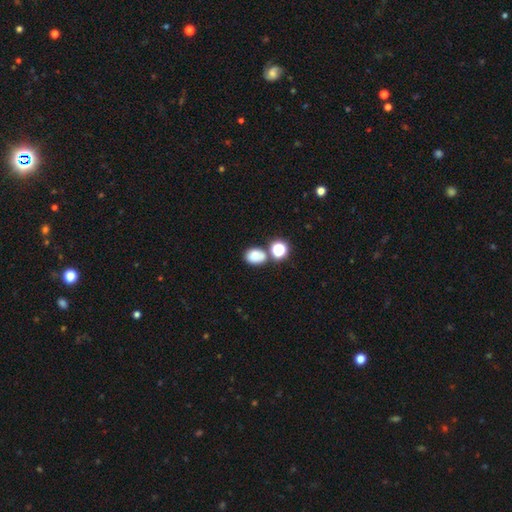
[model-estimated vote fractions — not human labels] This appears to be a smooth galaxy with no disk features (77%) that is in between round and cigar-shaped (68%). Merging: none (58%).